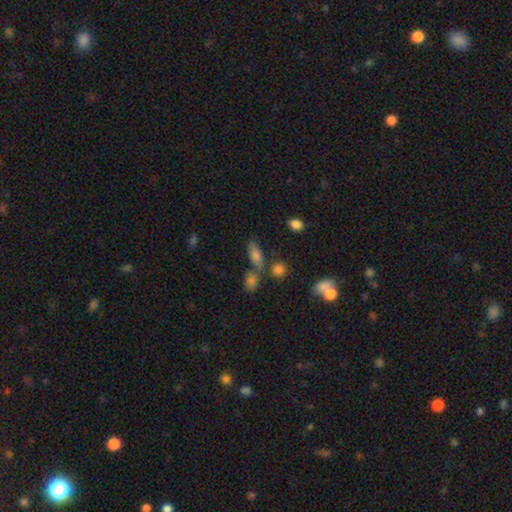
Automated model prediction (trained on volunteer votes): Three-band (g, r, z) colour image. It shows a smooth galaxy with no disk features (68%) that is in between round and cigar-shaped (62%). Merging: none (54%).